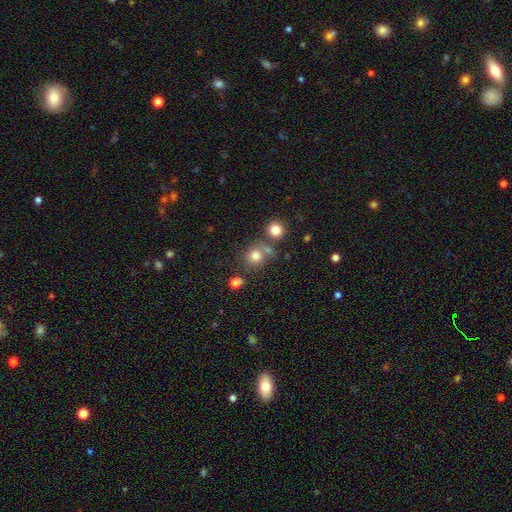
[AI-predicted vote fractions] Smooth or featured?
  - smooth: 77% *
  - star or artifact: 15%
  - featured or disk: 9%
How rounded?
  - round: 84% *
  - in between: 15%
  - cigar-shaped: 1%
Merging?
  - none: 61% *
  - merger: 22%
  - minor disturbance: 11%
  - major disturbance: 6%